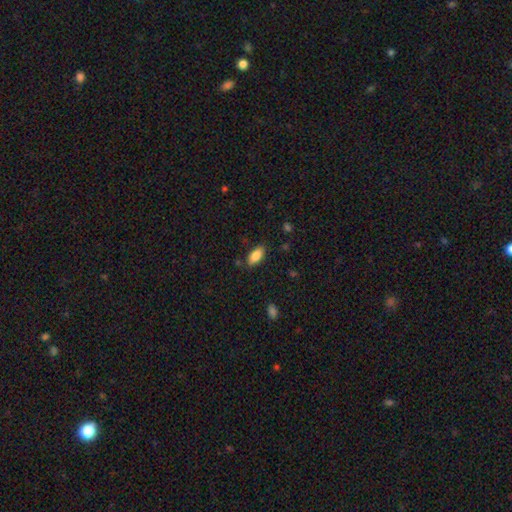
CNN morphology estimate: smooth-or-featured: smooth: 85% | star or artifact: 7% | featured or disk: 7%
  how-rounded: in between: 87% | cigar-shaped: 11% | round: 2%
  merging: none: 83% | minor disturbance: 12% | major disturbance: 3% | merger: 2%